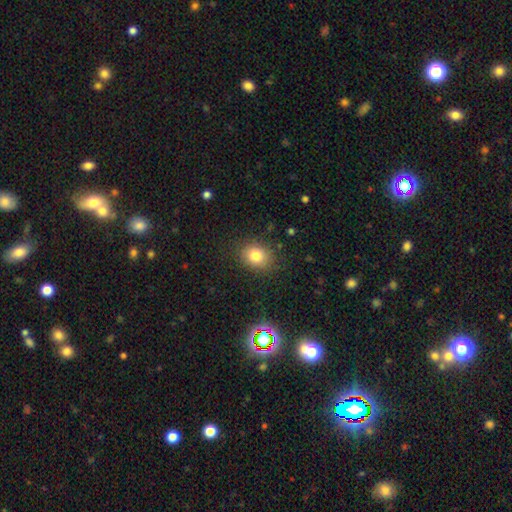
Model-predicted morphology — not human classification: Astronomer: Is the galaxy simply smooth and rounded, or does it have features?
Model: smooth — 80%.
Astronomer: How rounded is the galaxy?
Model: round — 55% (runner-up: in between, 44%).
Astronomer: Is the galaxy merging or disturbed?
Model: none — 85%.